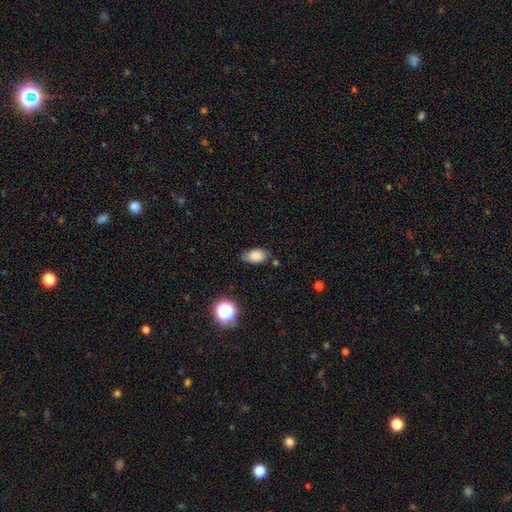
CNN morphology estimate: smooth-or-featured: smooth: 82% | star or artifact: 10% | featured or disk: 8%
  how-rounded: in between: 88% | round: 10% | cigar-shaped: 2%
  merging: none: 70% | minor disturbance: 23% | major disturbance: 4% | merger: 2%